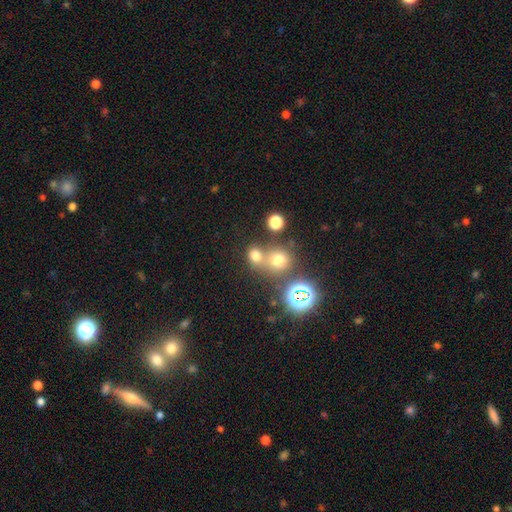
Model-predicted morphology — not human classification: Smooth or featured? smooth (66%)
How rounded? round (75%)
Merging? none (53%)